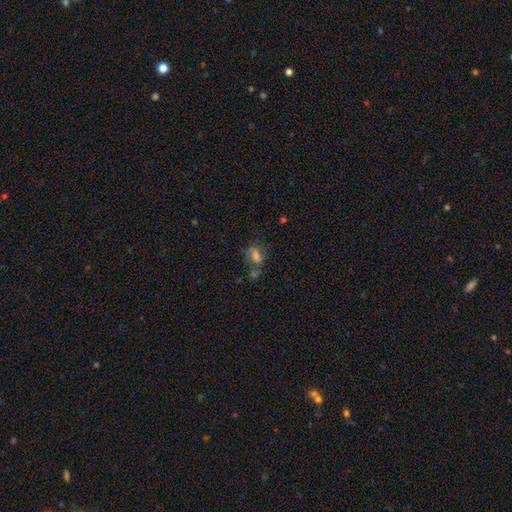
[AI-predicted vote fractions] smooth 59%, star or artifact 25%, featured or disk 16%. Down the decision tree: how rounded — in between (73%); merging — none (49%).